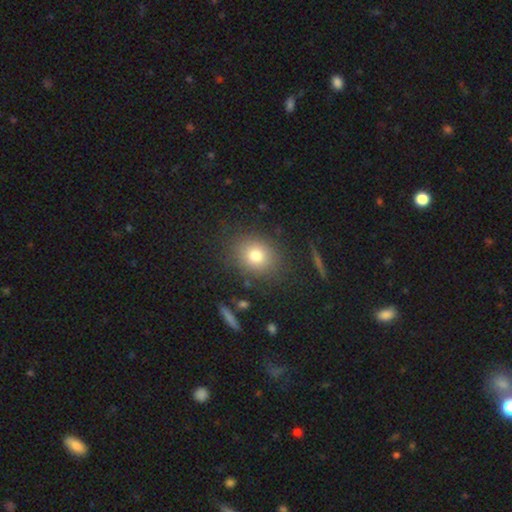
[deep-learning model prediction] A smooth galaxy with no disk features (77%) that is round (66%). Merging: none (84%).